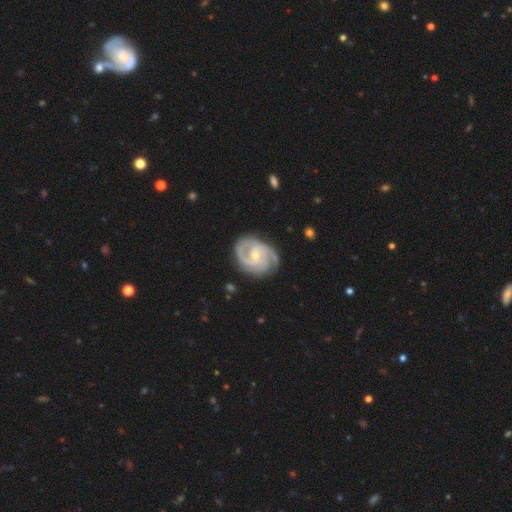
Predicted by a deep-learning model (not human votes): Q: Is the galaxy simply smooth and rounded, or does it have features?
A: featured or disk — 93%.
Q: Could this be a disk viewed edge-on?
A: no — 98%.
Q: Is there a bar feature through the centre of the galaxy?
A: no — 56%.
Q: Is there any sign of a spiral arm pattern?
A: yes — 99%.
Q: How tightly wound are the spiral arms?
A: tight — 66%.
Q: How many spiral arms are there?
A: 3 — 43%.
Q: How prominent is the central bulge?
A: small — 53%.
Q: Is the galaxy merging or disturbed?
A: none — 79%.